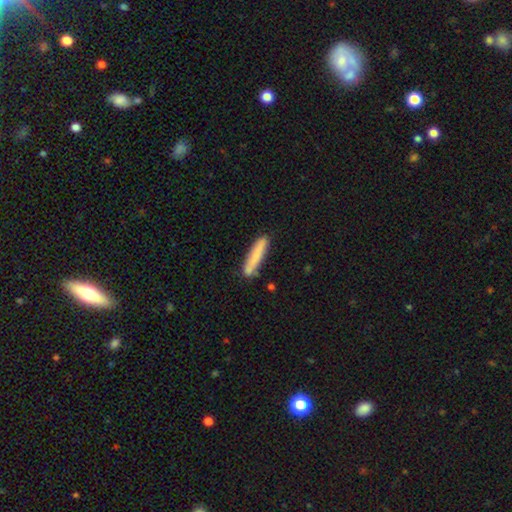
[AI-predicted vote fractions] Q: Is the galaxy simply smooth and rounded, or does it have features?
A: smooth — 79%.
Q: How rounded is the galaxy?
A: cigar-shaped — 92%.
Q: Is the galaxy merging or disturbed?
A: none — 81%.